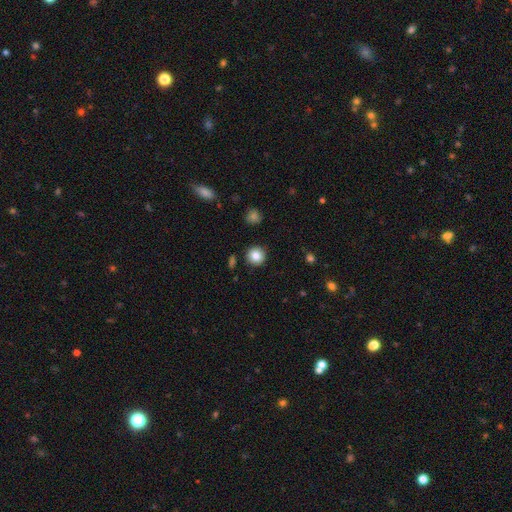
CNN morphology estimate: Overall: smooth (85%). How rounded: round (94%). Merging: none (91%).